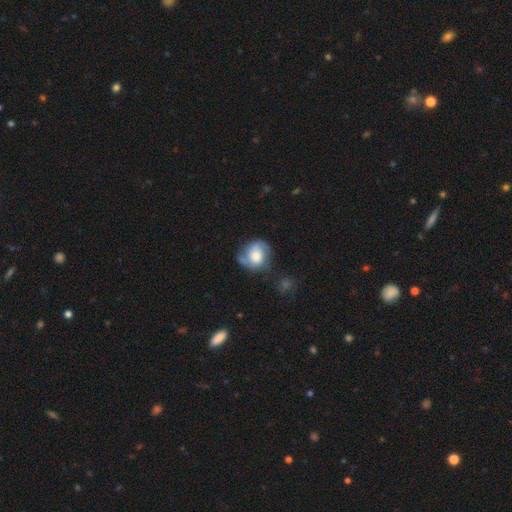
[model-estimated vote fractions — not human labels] This is possibly a featured or disk galaxy (47%). Merging: possibly none (52%).